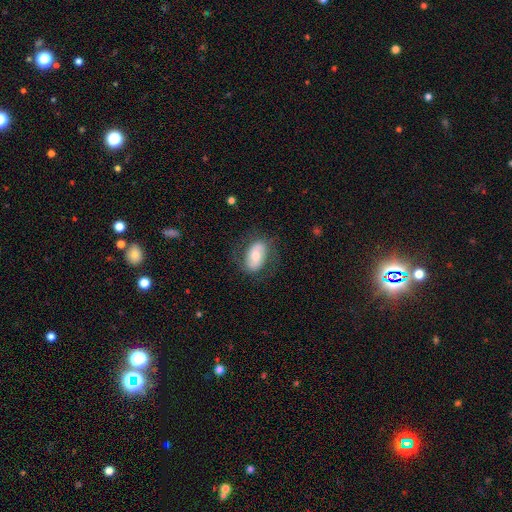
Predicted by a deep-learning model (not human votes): A featured or disk galaxy (49%). Merging: none (71%).